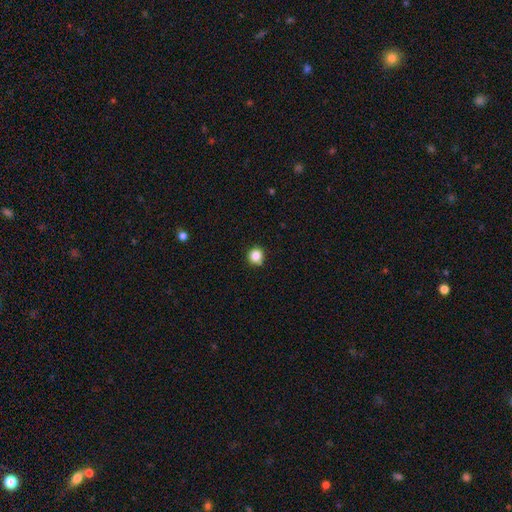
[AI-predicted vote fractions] smooth 85%, star or artifact 11%, featured or disk 4%. Down the decision tree: how rounded — round (91%); merging — none (86%).